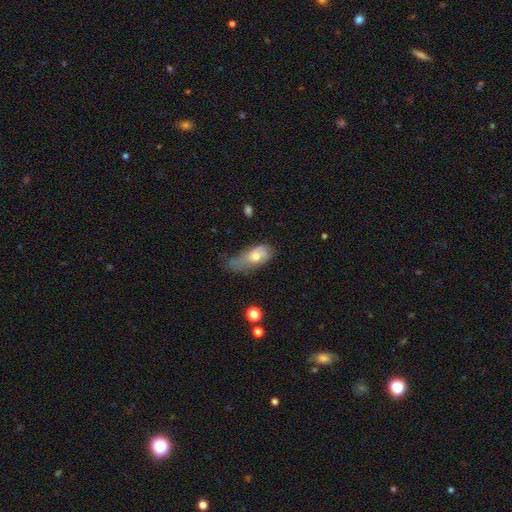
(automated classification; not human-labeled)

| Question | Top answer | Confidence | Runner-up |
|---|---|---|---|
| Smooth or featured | smooth | 55% | featured or disk (37%) |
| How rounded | in between | 81% | cigar-shaped (14%) |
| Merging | minor disturbance | 39% | major disturbance (31%) |